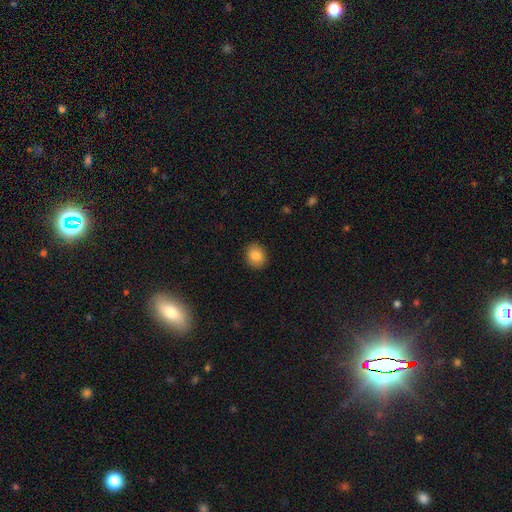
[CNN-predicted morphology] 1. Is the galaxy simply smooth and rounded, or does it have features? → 85% smooth, 9% star or artifact, 6% featured or disk.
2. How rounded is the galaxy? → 61% round, 38% in between, 1% cigar-shaped.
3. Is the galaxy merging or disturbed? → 89% none, 8% minor disturbance, 2% major disturbance, 1% merger.